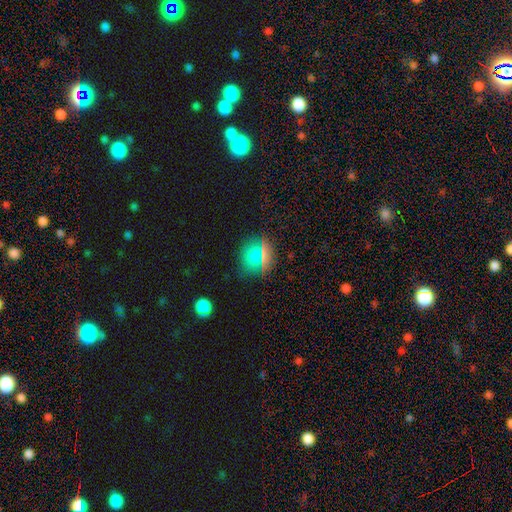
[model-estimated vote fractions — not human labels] This appears to be a smooth galaxy with no disk features (71%) that is round (78%). Merging: none (83%).